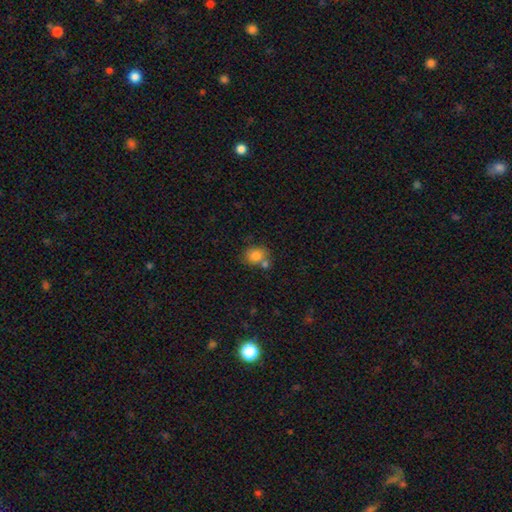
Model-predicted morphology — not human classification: The model was most divided on "how rounded": round: 64%, in between: 36%, cigar-shaped: 1%. More confident: smooth or featured — smooth (81%); merging — none (56%).